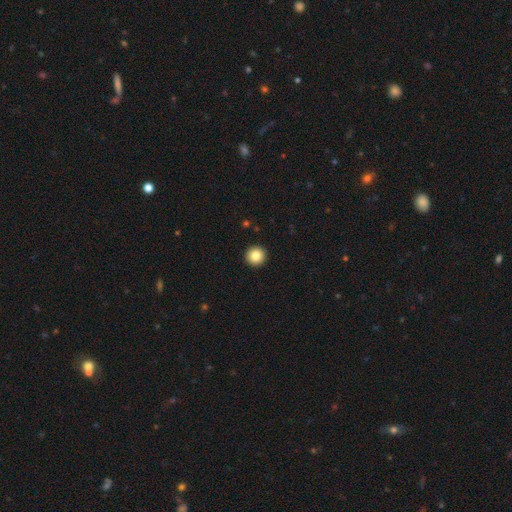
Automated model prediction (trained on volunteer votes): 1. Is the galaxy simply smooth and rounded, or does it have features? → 85% smooth, 9% star or artifact, 6% featured or disk.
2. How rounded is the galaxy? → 96% round, 3% in between, 1% cigar-shaped.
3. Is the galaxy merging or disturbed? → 94% none, 4% minor disturbance, 1% major disturbance, 1% merger.